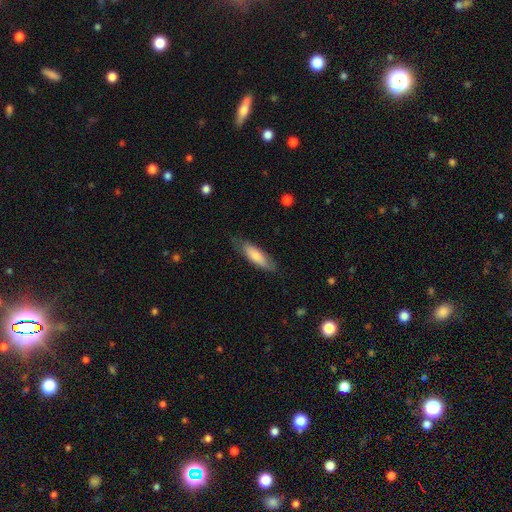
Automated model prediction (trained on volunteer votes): Smooth or featured? smooth (78%)
How rounded? cigar-shaped (52%)
Merging? none (74%)